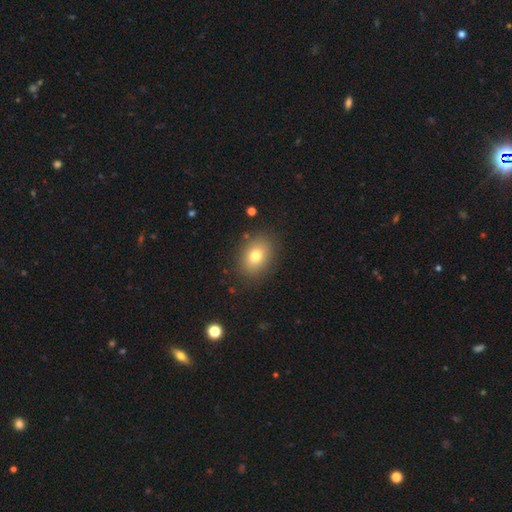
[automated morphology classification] A smooth galaxy with no disk features (76%) that is in between round and cigar-shaped (69%). Merging: none (85%).